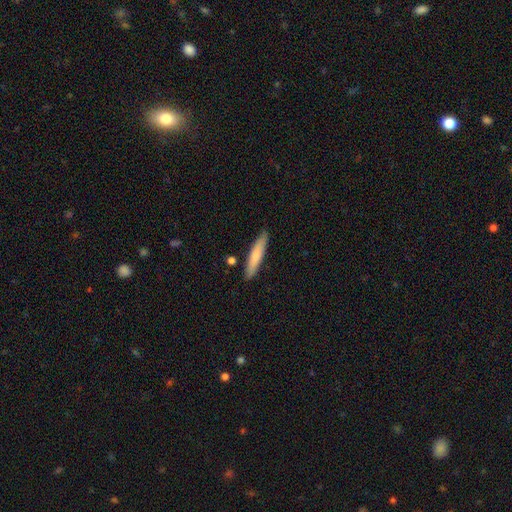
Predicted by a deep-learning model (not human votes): A smooth galaxy with no disk features (75%) that is cigar-shaped (89%). Merging: none (87%).